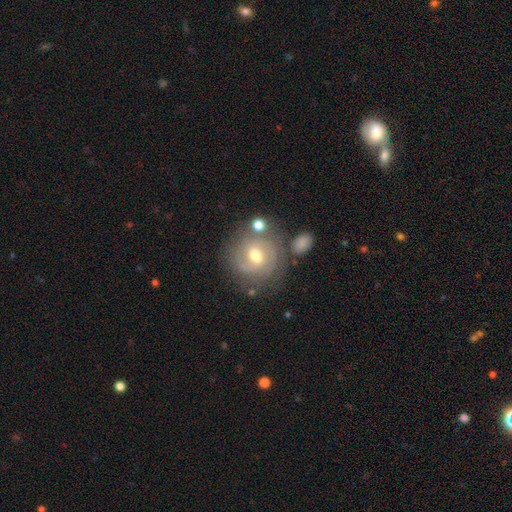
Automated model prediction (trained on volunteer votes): A featured or disk galaxy (68%) with a weak bar (48%), 2 (48%) tight (54%) spiral arms (85%) and a moderate central bulge (70%).

Vote fractions:
- Smooth or featured? featured or disk: 68% / smooth: 23% / star or artifact: 9%
- Edge-on disk? no: 97% / yes: 3%
- Bar? weak: 48% / no: 40% / strong: 12%
- Spiral arms? yes: 85% / no: 15%
- Spiral winding? tight: 54% / medium: 34% / loose: 12%
- Spiral arm count? 2: 48% / can't tell: 27% / 3: 13% / 1: 6% / 4: 3% / more than 4: 3%
- Bulge size? moderate: 70% / small: 23% / large: 4% / none: 1% / dominant: 1%
- Merging? none: 67% / minor disturbance: 16% / merger: 9% / major disturbance: 8%